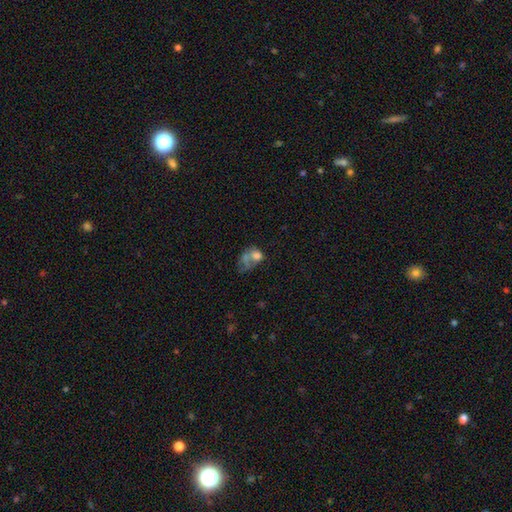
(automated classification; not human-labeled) smooth_or_featured: smooth (p=0.58) [alt: featured or disk p=0.29]
how_rounded: in between (p=0.63) [alt: round p=0.36]
merging: merger (p=0.39) [alt: major disturbance p=0.28]